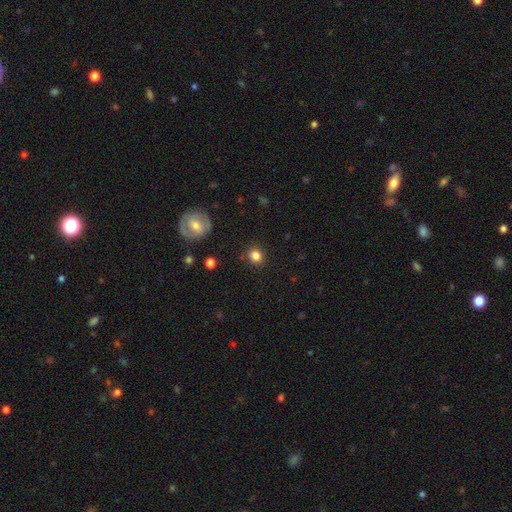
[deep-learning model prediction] Q: Smooth or featured?
A: smooth (83%); runner-up: star or artifact (11%)
Q: How rounded?
A: round (81%); runner-up: in between (18%)
Q: Merging?
A: none (88%); runner-up: minor disturbance (8%)